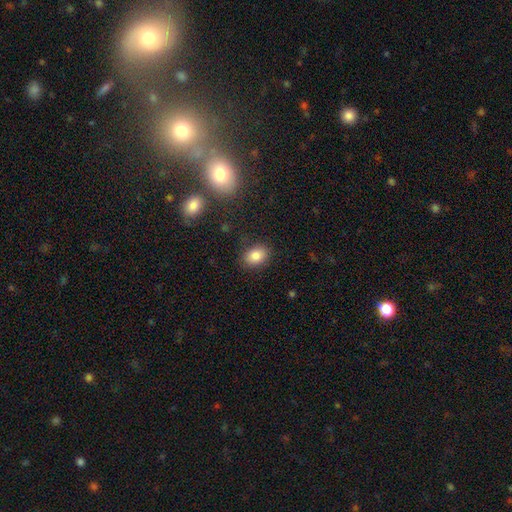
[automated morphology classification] smooth_or_featured: smooth (p=0.84) [alt: star or artifact p=0.09]
how_rounded: in between (p=0.73) [alt: round p=0.26]
merging: none (p=0.85) [alt: minor disturbance p=0.11]